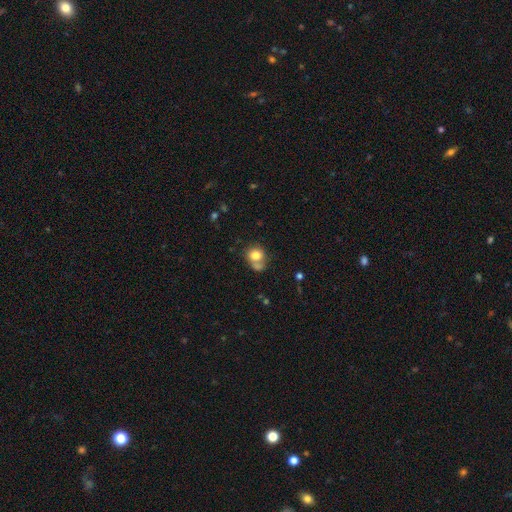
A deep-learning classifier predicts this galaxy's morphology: Q: Smooth or featured?
A: smooth (78%); runner-up: featured or disk (12%)
Q: How rounded?
A: round (74%); runner-up: in between (25%)
Q: Merging?
A: none (45%); runner-up: merger (33%)